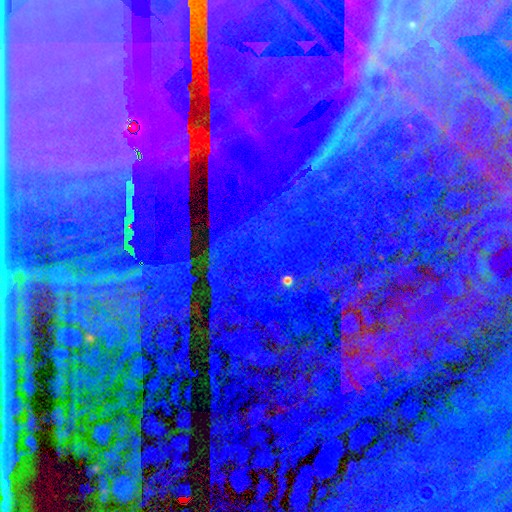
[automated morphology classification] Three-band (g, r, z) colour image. It shows a star or artifact, not a galaxy (87%).